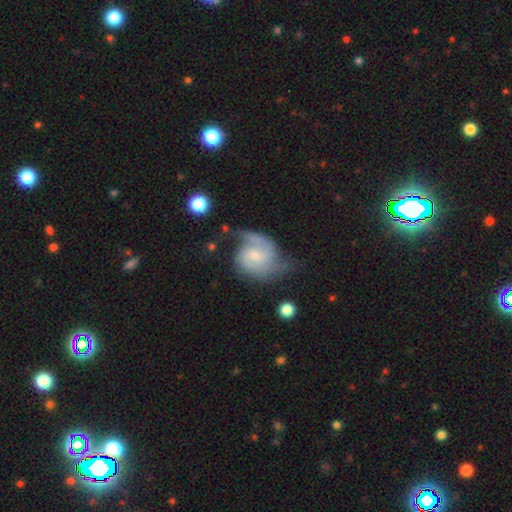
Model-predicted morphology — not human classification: Smooth or featured: featured or disk — 79% (smooth — 15%)
Edge-on disk: no — 98% (yes — 2%)
Bar: no — 47% (weak — 46%)
Spiral arms: yes — 95% (no — 5%)
Spiral winding: medium — 49% (loose — 28%)
Spiral arm count: 2 — 80% (can't tell — 8%)
Bulge size: small — 54% (moderate — 32%)
Merging: none — 49% (minor disturbance — 27%)